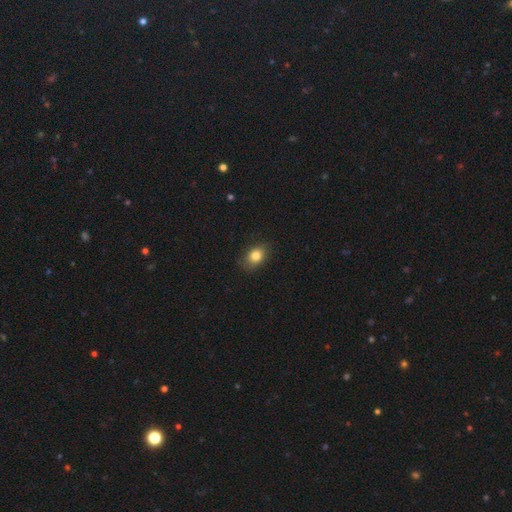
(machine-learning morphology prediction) smooth 83%, star or artifact 10%, featured or disk 8%. Down the decision tree: how rounded — in between (68%); merging — none (82%).